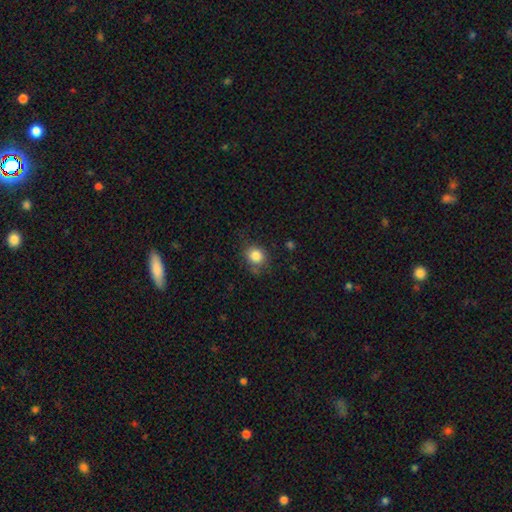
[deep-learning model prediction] Smooth or featured?
  - smooth: 84% *
  - star or artifact: 10%
  - featured or disk: 6%
How rounded?
  - round: 74% *
  - in between: 25%
  - cigar-shaped: 1%
Merging?
  - none: 75% *
  - minor disturbance: 17%
  - major disturbance: 5%
  - merger: 3%